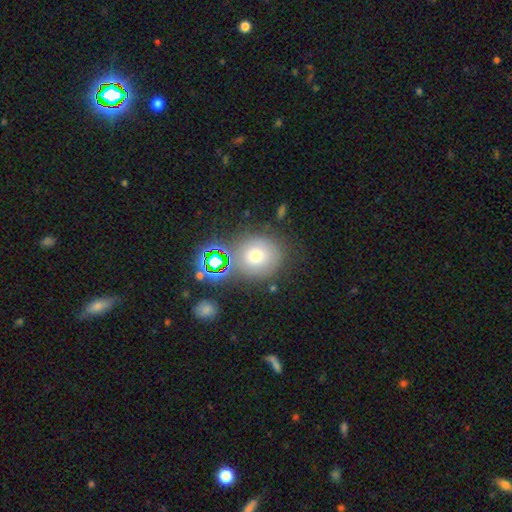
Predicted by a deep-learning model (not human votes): smooth-or-featured: smooth: 63% | star or artifact: 22% | featured or disk: 15%
  how-rounded: round: 82% | in between: 17% | cigar-shaped: 1%
  merging: none: 69% | minor disturbance: 14% | merger: 11% | major disturbance: 6%